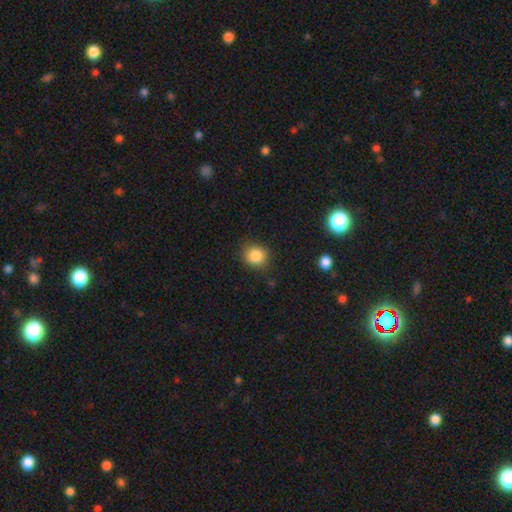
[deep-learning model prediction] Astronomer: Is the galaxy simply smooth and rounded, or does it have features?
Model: smooth — 85%.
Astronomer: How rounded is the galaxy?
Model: round — 81%.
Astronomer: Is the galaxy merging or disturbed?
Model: none — 85%.